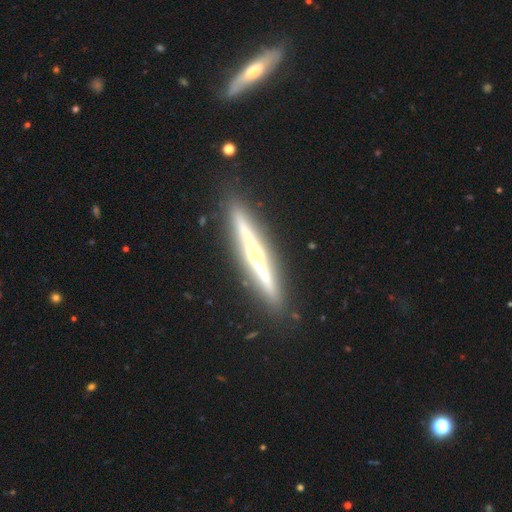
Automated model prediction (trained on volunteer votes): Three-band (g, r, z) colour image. It shows a featured or disk galaxy (80%) viewed edge-on (98%) with a rounded central bulge (65%). Merging: none (90%).